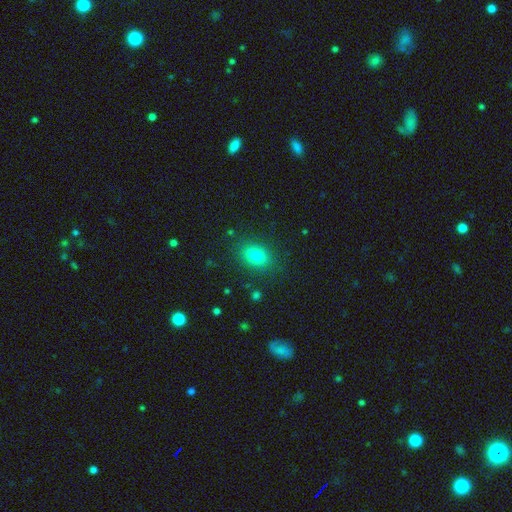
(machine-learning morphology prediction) type=smooth (82%); roundness=in between (76%); merging=none (85%).